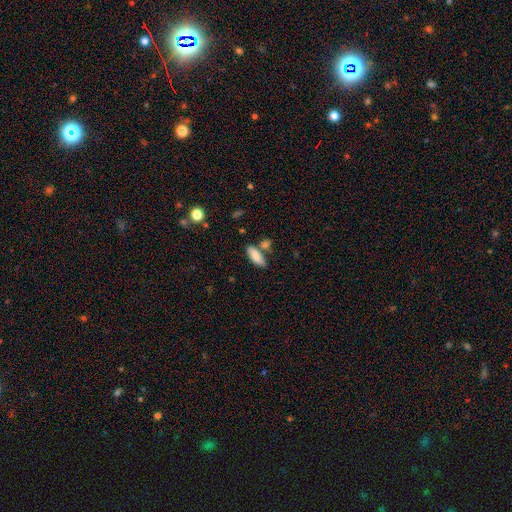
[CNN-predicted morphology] Overall: smooth (83%). How rounded: in between (71%). Merging: none (69%).